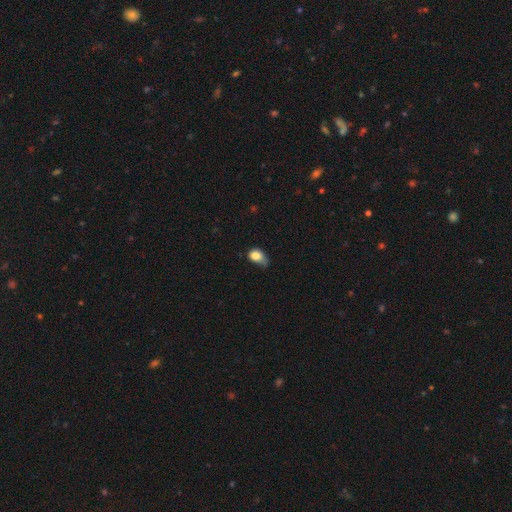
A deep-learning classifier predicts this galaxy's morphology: smooth_or_featured: smooth (p=0.81) [alt: featured or disk p=0.10]
how_rounded: in between (p=0.65) [alt: round p=0.34]
merging: minor disturbance (p=0.47) [alt: none p=0.28]